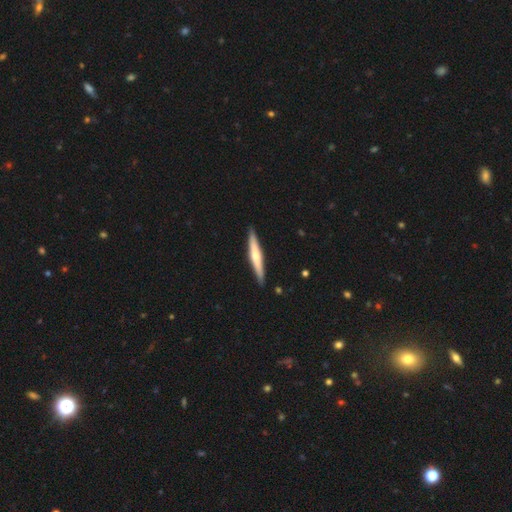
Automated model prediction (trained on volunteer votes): The model was most divided on "smooth or featured": featured or disk: 52%, smooth: 43%, star or artifact: 5%. More confident: edge-on disk — yes (96%); merging — none (90%); edge-on bulge — rounded (69%).